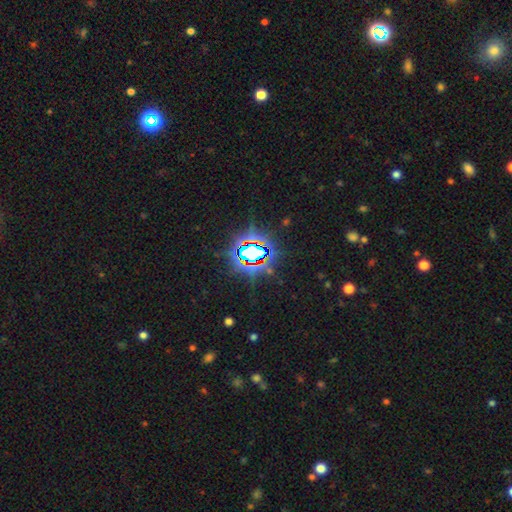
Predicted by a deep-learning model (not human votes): star or artifact 79%, smooth 11%, featured or disk 10%.